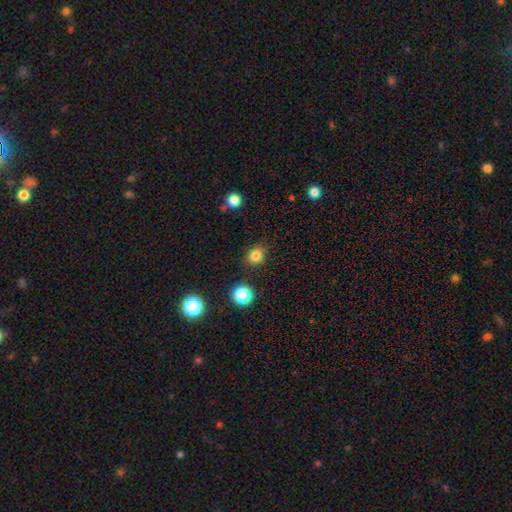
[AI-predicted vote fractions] smooth 81%, star or artifact 13%, featured or disk 5%. Down the decision tree: how rounded — round (68%); merging — none (83%).